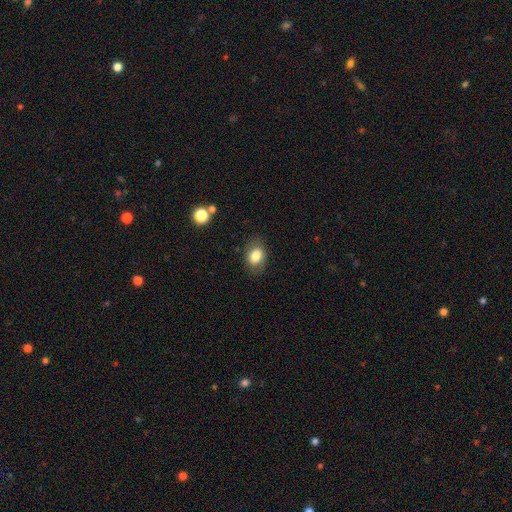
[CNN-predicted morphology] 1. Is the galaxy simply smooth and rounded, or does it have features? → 81% smooth, 10% featured or disk, 9% star or artifact.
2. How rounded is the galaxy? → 74% in between, 25% round, 1% cigar-shaped.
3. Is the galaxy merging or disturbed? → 81% none, 13% minor disturbance, 4% major disturbance, 1% merger.